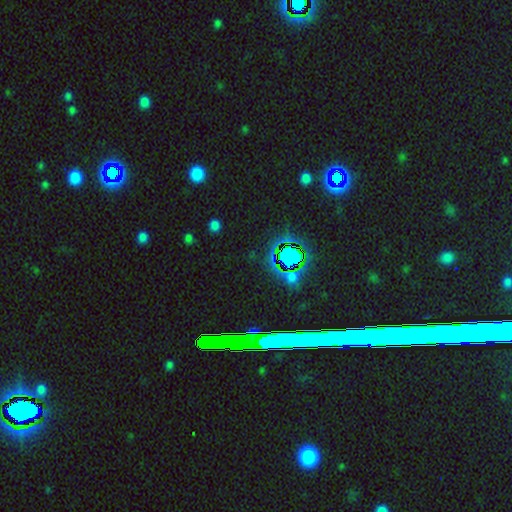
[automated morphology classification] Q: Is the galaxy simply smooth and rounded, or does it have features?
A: star or artifact — 74%.